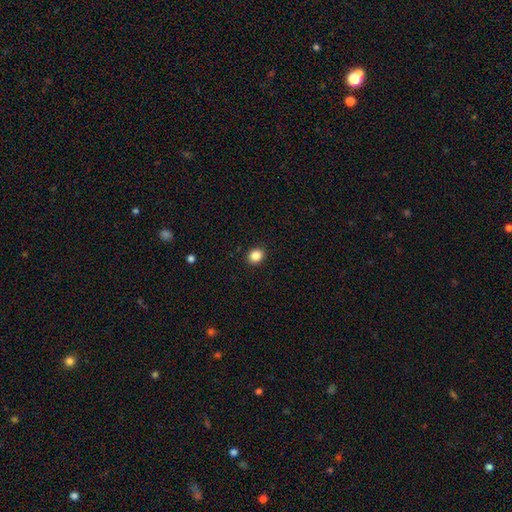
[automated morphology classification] smooth 86%, star or artifact 10%, featured or disk 4%. Down the decision tree: how rounded — round (65%); merging — none (92%).